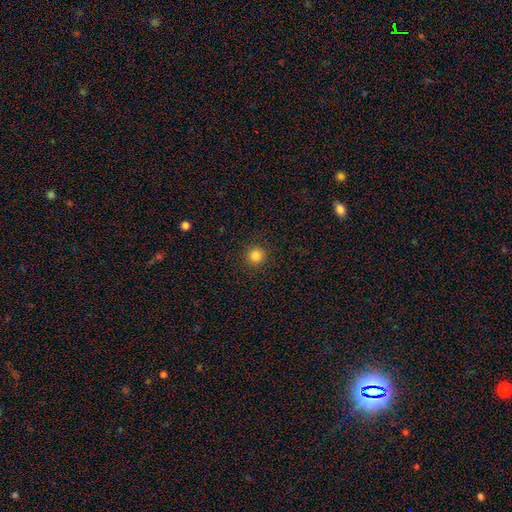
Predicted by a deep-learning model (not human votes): A smooth galaxy with no disk features (84%) that is round (96%). Merging: none (91%).